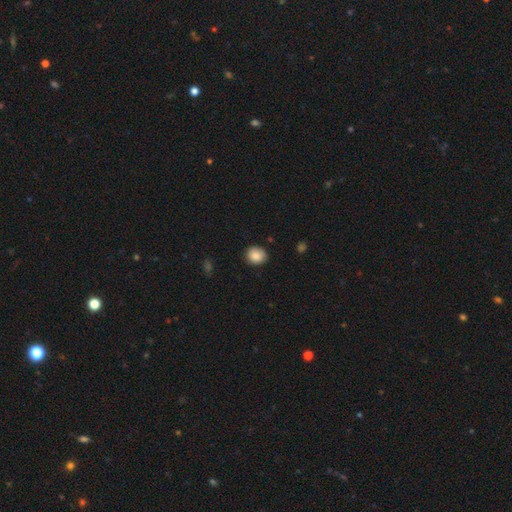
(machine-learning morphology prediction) The model was most divided on "how rounded": round: 76%, in between: 24%, cigar-shaped: 1%. More confident: smooth or featured — smooth (86%); merging — none (86%).